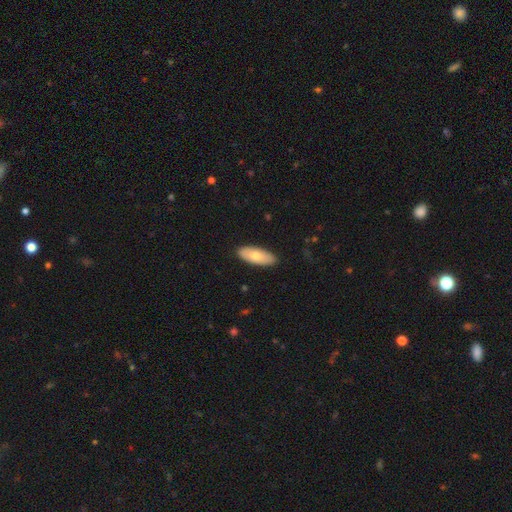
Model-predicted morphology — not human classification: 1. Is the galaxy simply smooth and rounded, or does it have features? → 73% smooth, 22% featured or disk, 5% star or artifact.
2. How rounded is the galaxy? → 80% in between, 18% cigar-shaped, 2% round.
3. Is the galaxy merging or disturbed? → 89% none, 9% minor disturbance, 2% major disturbance, 1% merger.